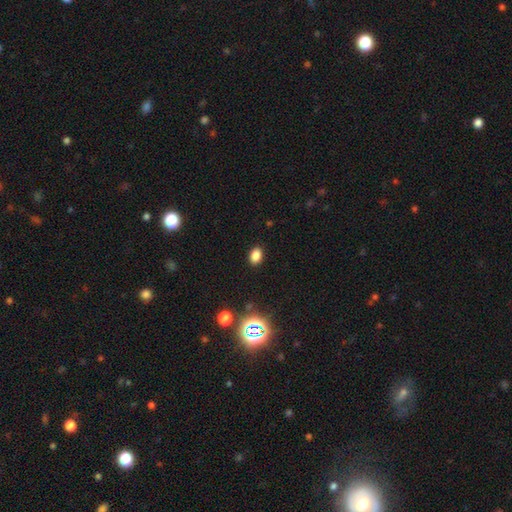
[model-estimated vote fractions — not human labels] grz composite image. It shows a smooth galaxy with no disk features (82%) that is in between round and cigar-shaped (80%). Merging: none (89%).